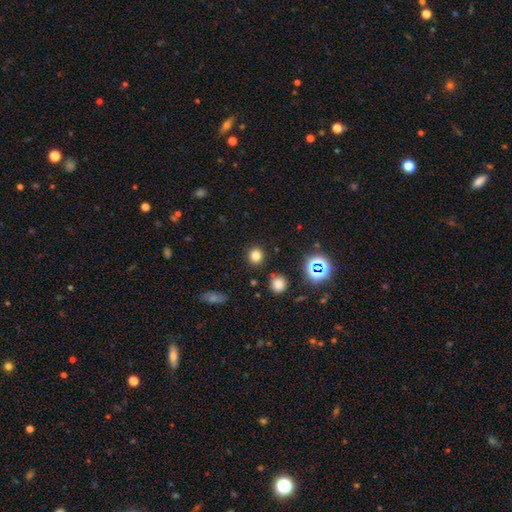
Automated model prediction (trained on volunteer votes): The model was most divided on "smooth or featured": smooth: 77%, star or artifact: 17%, featured or disk: 5%. More confident: how rounded — round (91%); merging — none (88%).